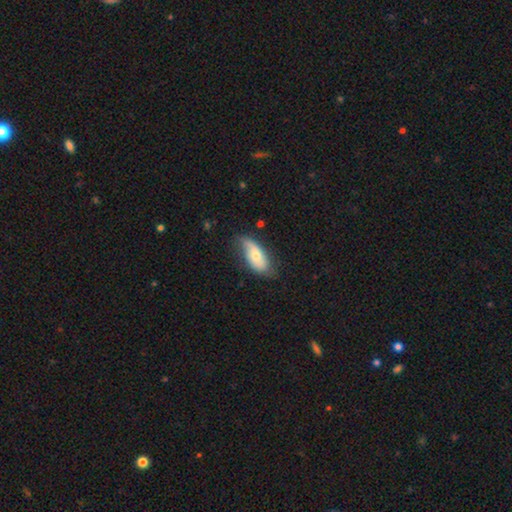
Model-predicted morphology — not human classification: Q: Smooth or featured?
A: smooth (57%); runner-up: featured or disk (37%)
Q: How rounded?
A: in between (88%); runner-up: cigar-shaped (10%)
Q: Merging?
A: none (58%); runner-up: minor disturbance (31%)